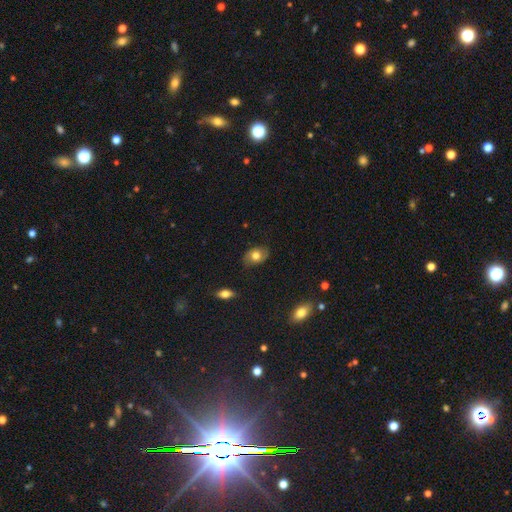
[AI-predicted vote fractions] The model was most divided on "how rounded": in between: 71%, round: 28%, cigar-shaped: 1%. More confident: merging — none (78%); smooth or featured — smooth (69%).